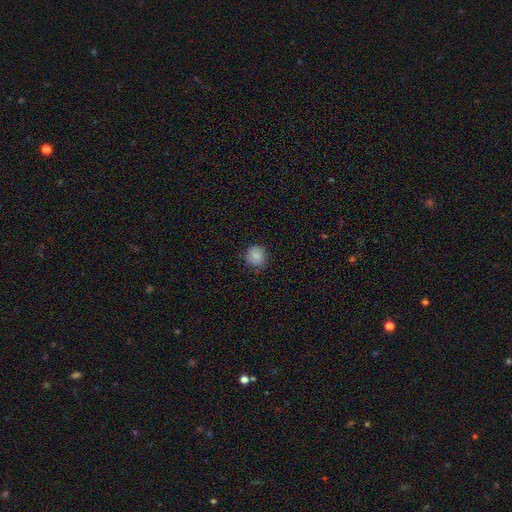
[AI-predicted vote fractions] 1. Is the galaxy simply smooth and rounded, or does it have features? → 83% smooth, 9% star or artifact, 9% featured or disk.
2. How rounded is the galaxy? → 86% round, 13% in between, 1% cigar-shaped.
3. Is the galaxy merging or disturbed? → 79% none, 16% minor disturbance, 3% major disturbance, 1% merger.